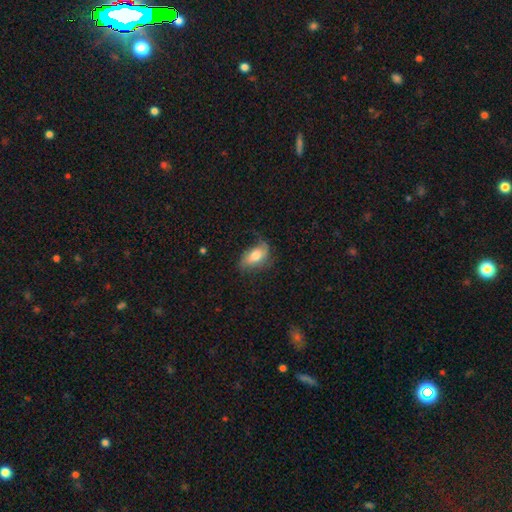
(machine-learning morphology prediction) Smooth or featured: smooth — 62% (featured or disk — 31%)
How rounded: in between — 88% (round — 6%)
Merging: none — 53% (minor disturbance — 30%)